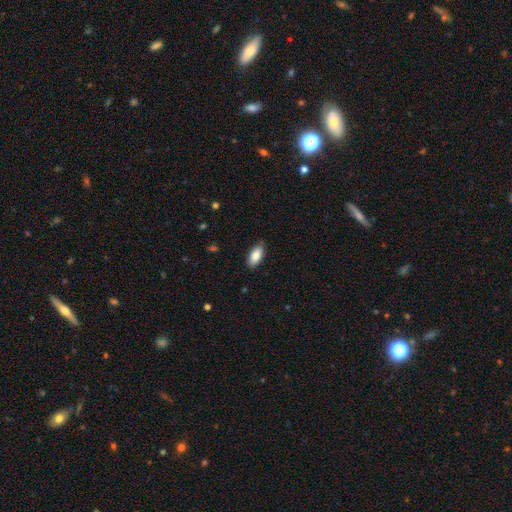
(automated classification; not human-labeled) Smooth or featured? Predicted: smooth (p=0.85). How rounded? Predicted: in between (p=0.90). Merging? Predicted: none (p=0.85).